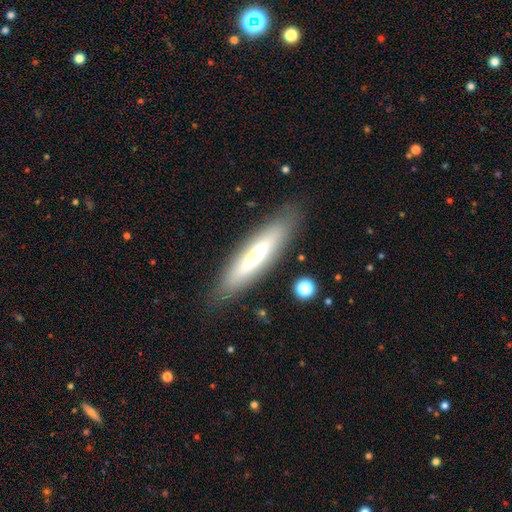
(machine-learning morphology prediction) This is likely a smooth galaxy (64%). How rounded: clearly cigar-shaped (81%). Merging: clearly none (85%).